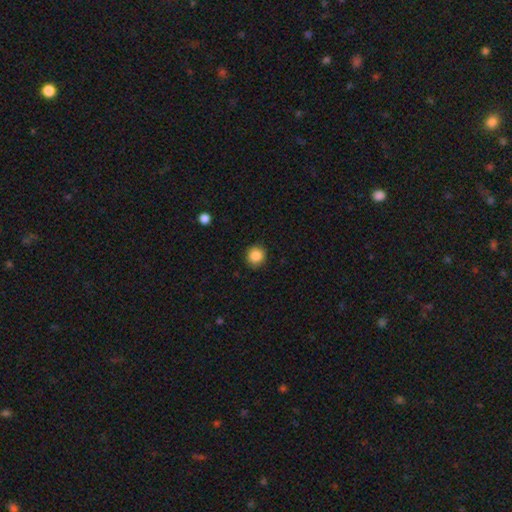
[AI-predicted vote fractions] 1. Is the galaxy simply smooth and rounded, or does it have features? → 86% smooth, 10% star or artifact, 4% featured or disk.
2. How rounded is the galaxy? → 92% round, 7% in between, 1% cigar-shaped.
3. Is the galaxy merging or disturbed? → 90% none, 7% minor disturbance, 2% major disturbance, 1% merger.